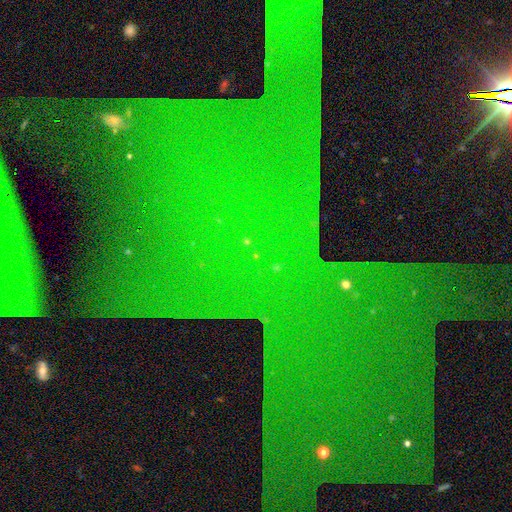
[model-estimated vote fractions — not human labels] This is clearly a star or artifact rather than a galaxy (85%).